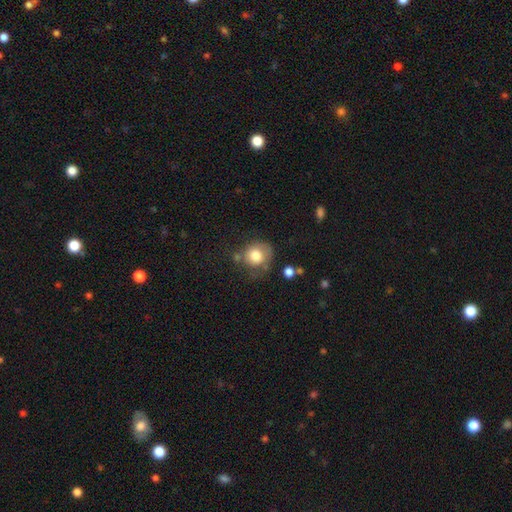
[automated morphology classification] This is likely a smooth galaxy (77%). How rounded: likely round (79%). Merging: possibly none (51%).